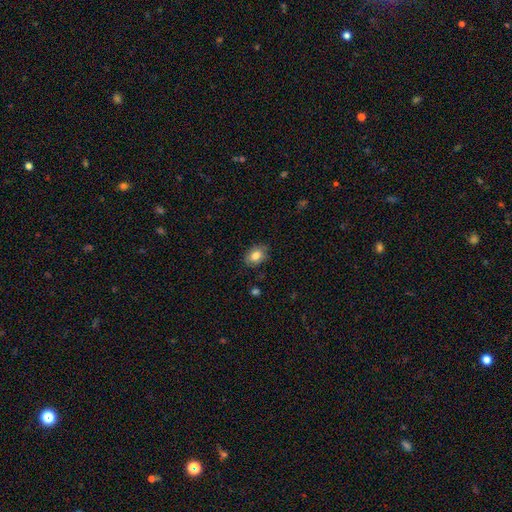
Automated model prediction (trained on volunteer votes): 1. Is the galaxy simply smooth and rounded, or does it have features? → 80% smooth, 12% featured or disk, 8% star or artifact.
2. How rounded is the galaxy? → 78% in between, 21% round, 1% cigar-shaped.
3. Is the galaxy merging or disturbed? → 82% none, 14% minor disturbance, 3% major disturbance, 1% merger.